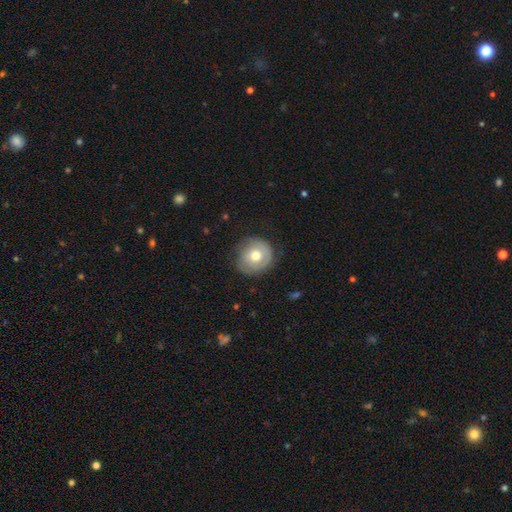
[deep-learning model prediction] smooth-or-featured: smooth: 58% | featured or disk: 36% | star or artifact: 7%
  how-rounded: round: 89% | in between: 10% | cigar-shaped: 1%
  merging: none: 75% | minor disturbance: 18% | major disturbance: 6% | merger: 1%